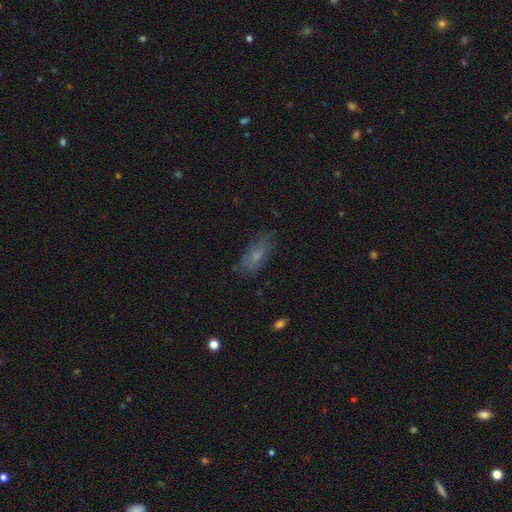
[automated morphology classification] Smooth or featured? smooth (60%)
How rounded? in between (81%)
Merging? none (67%)